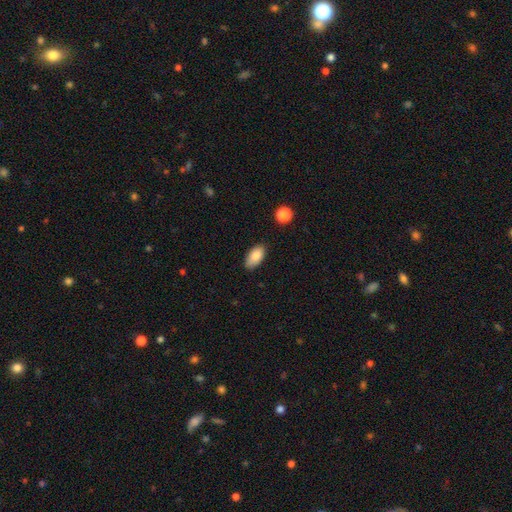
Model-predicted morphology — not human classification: A smooth galaxy with no disk features (84%) that is in between round and cigar-shaped (93%).

Vote fractions:
- Smooth or featured? smooth: 84% / featured or disk: 8% / star or artifact: 8%
- How rounded? in between: 93% / round: 4% / cigar-shaped: 3%
- Merging? none: 80% / minor disturbance: 16% / major disturbance: 3% / merger: 2%